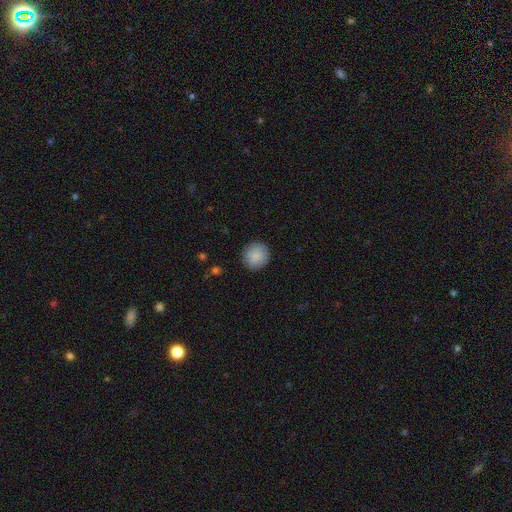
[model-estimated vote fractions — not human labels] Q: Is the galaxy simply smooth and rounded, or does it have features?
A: smooth — 89%.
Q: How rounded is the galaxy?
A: round — 93%.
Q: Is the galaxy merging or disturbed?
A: none — 90%.